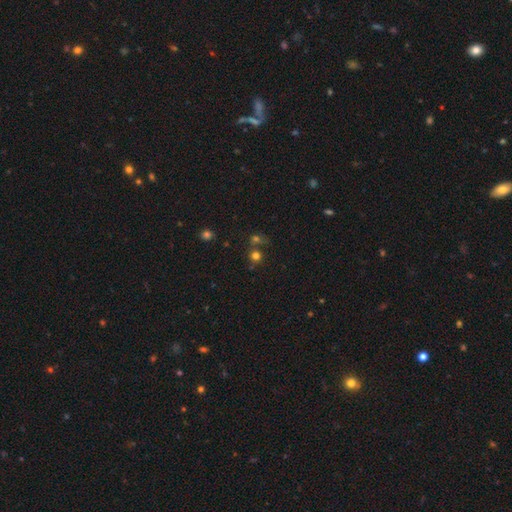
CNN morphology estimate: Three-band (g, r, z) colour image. It shows a smooth galaxy with no disk features (68%) that is round (88%). Merging: none (57%).